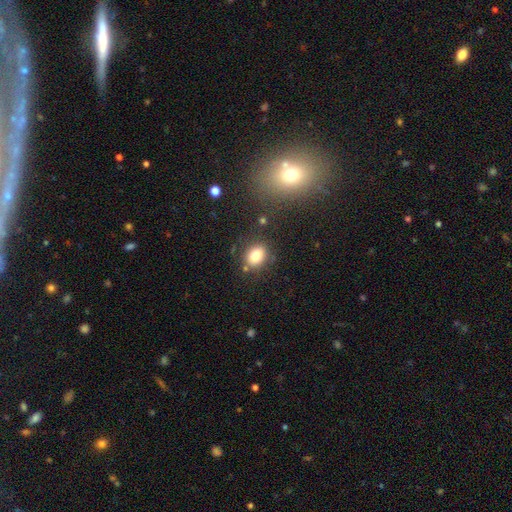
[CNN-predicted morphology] smooth-or-featured: smooth: 81% | star or artifact: 11% | featured or disk: 9%
  how-rounded: in between: 50% | round: 49% | cigar-shaped: 1%
  merging: none: 78% | minor disturbance: 12% | merger: 6% | major disturbance: 4%